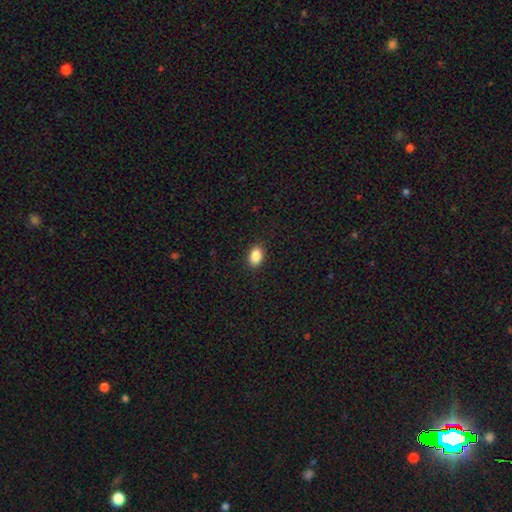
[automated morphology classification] Smooth or featured? smooth (88%)
How rounded? in between (82%)
Merging? none (90%)